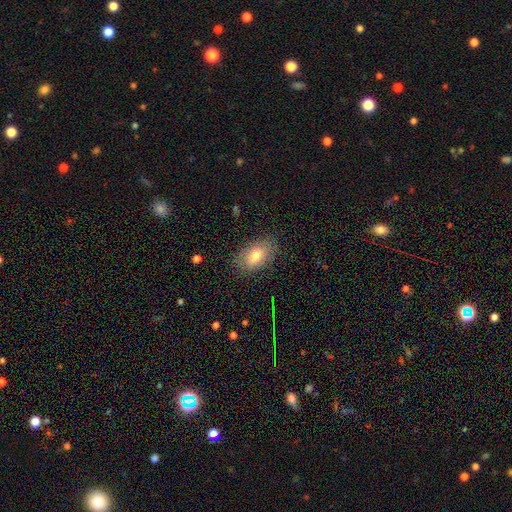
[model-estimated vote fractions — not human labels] Smooth or featured? Predicted: smooth (p=0.74). How rounded? Predicted: in between (p=0.91). Merging? Predicted: none (p=0.82).